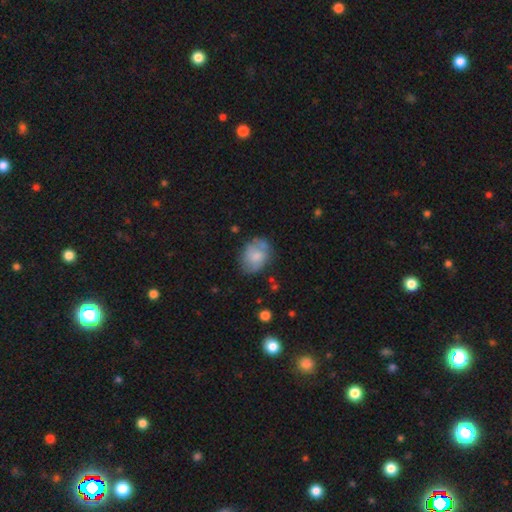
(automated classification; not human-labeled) Morphology: type=smooth (63%); roundness=in between (57%); merging=none (58%).